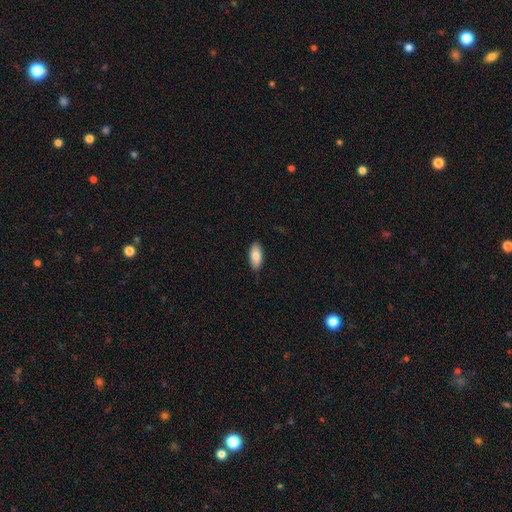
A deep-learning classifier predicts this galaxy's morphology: Smooth or featured? smooth (82%)
How rounded? in between (85%)
Merging? none (81%)